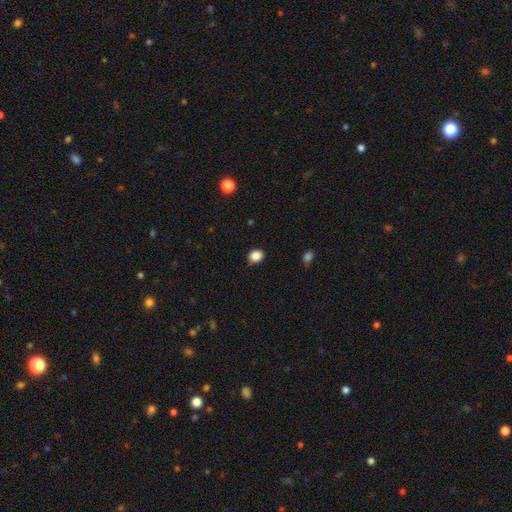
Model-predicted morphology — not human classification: Smooth or featured: smooth — 87% (star or artifact — 10%)
How rounded: round — 53% (in between — 46%)
Merging: none — 84% (minor disturbance — 12%)